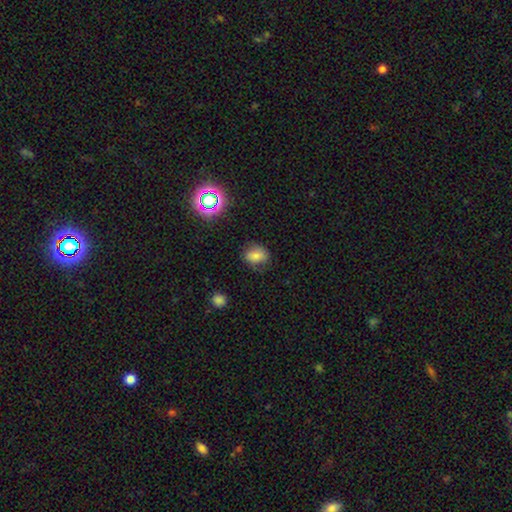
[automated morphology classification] type=smooth (73%); roundness=in between (57%); merging=none (71%).